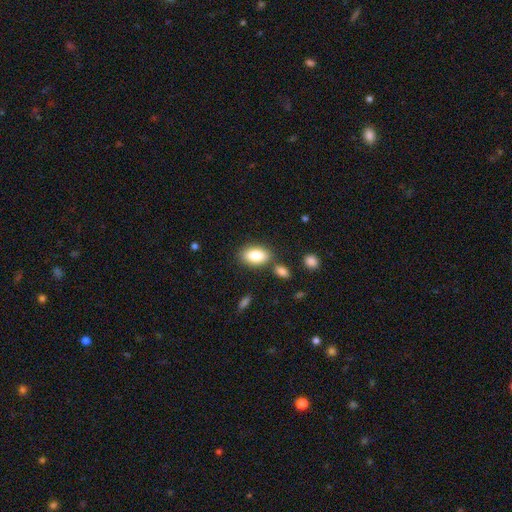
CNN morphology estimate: This appears to be a smooth galaxy with no disk features (83%) that is in between round and cigar-shaped (91%). Merging: none (75%).